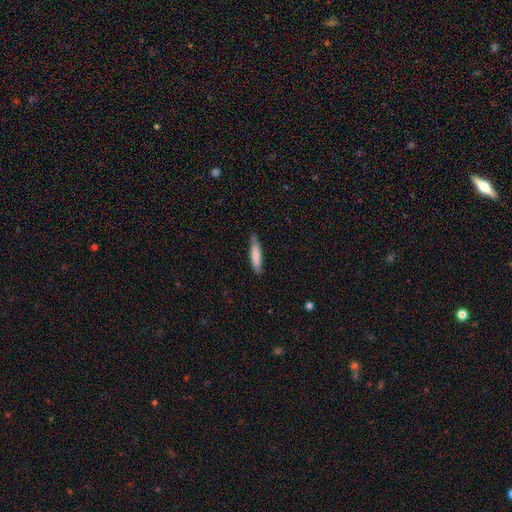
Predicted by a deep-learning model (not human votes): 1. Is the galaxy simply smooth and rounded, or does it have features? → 80% smooth, 14% featured or disk, 5% star or artifact.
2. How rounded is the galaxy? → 84% cigar-shaped, 15% in between, 1% round.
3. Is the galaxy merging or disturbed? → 81% none, 16% minor disturbance, 2% major disturbance, 1% merger.